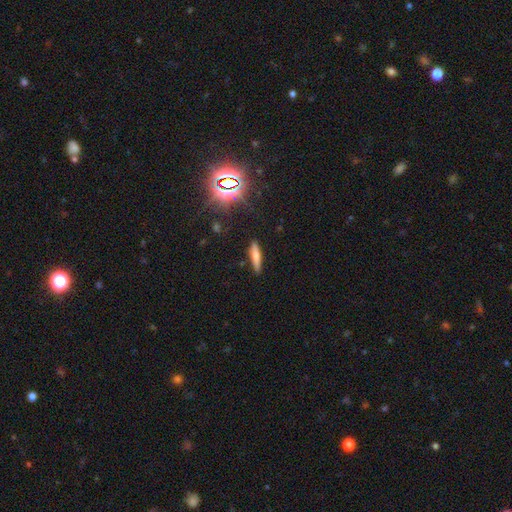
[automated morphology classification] A smooth galaxy with no disk features (63%) that is cigar-shaped (82%).

Vote fractions:
- Smooth or featured? smooth: 63% / featured or disk: 24% / star or artifact: 13%
- How rounded? cigar-shaped: 82% / in between: 16% / round: 2%
- Merging? none: 87% / minor disturbance: 9% / major disturbance: 2% / merger: 2%